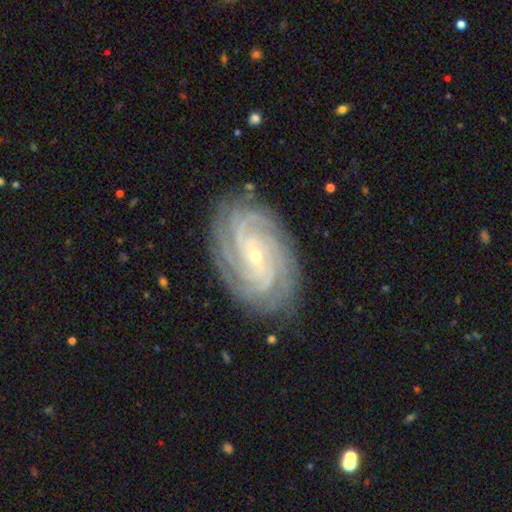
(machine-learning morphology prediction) Q: Smooth or featured?
A: featured or disk (92%); runner-up: star or artifact (5%)
Q: Edge-on disk?
A: no (97%); runner-up: yes (3%)
Q: Bar?
A: no (61%); runner-up: weak (28%)
Q: Spiral arms?
A: yes (99%); runner-up: no (1%)
Q: Spiral winding?
A: tight (80%); runner-up: medium (17%)
Q: Spiral arm count?
A: 4 (39%); runner-up: more than 4 (25%)
Q: Bulge size?
A: small (79%); runner-up: moderate (18%)
Q: Merging?
A: none (83%); runner-up: minor disturbance (13%)